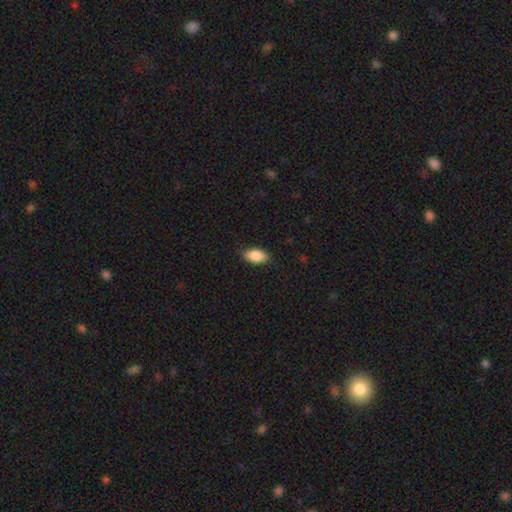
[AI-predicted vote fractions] A smooth galaxy with no disk features (87%) that is in between round and cigar-shaped (92%). Merging: none (86%).